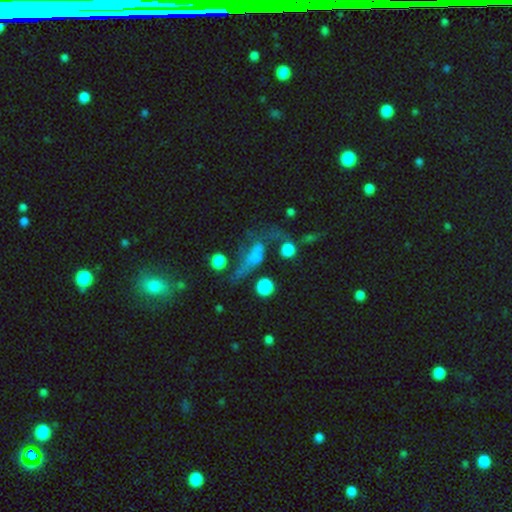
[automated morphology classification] smooth_or_featured: smooth (p=0.44) [alt: featured or disk p=0.38]
merging: none (p=0.33) [alt: major disturbance p=0.31]